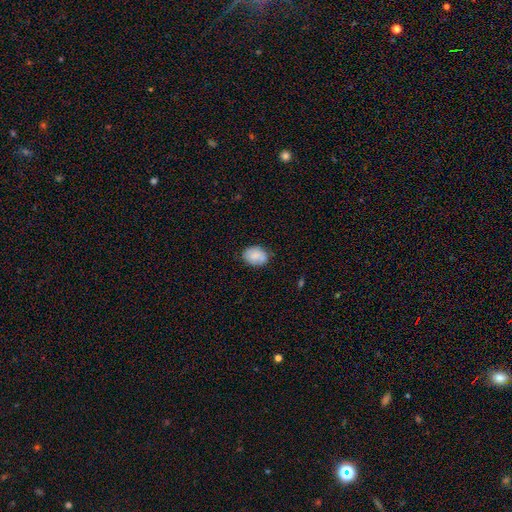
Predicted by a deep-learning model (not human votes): Smooth or featured?
  - smooth: 81% *
  - featured or disk: 12%
  - star or artifact: 7%
How rounded?
  - in between: 70% *
  - round: 29%
  - cigar-shaped: 1%
Merging?
  - none: 77% *
  - minor disturbance: 18%
  - major disturbance: 3%
  - merger: 1%